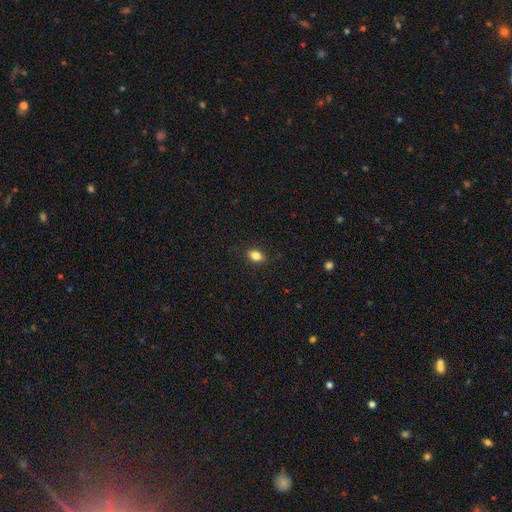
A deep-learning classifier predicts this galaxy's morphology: This is clearly a smooth galaxy (84%). How rounded: clearly in between (83%). Merging: clearly none (88%).